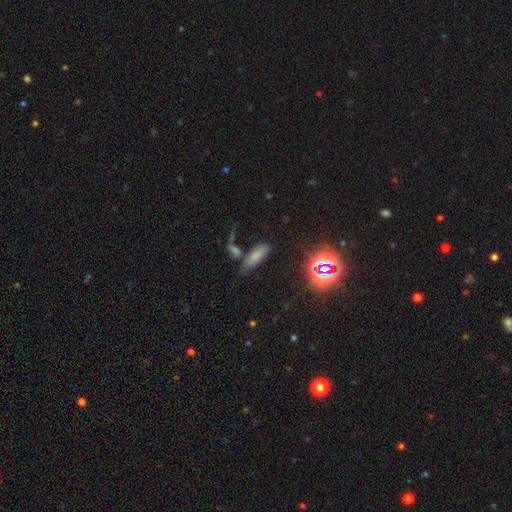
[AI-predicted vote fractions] This appears to be a smooth galaxy with no disk features (63%) that is in between round and cigar-shaped (61%). Merging: none (55%).